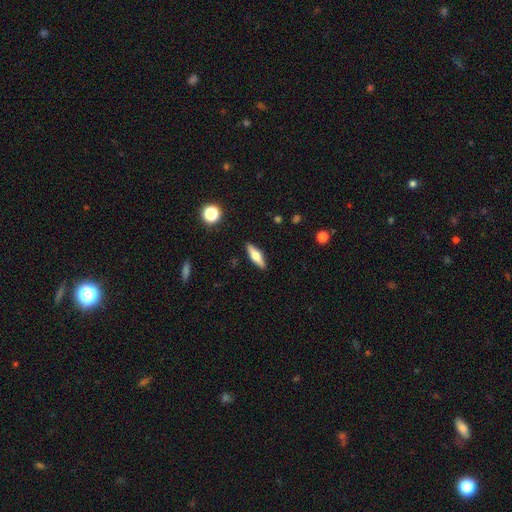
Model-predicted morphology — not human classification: Smooth or featured: smooth — 48% (featured or disk — 45%)
Merging: none — 89% (minor disturbance — 8%)